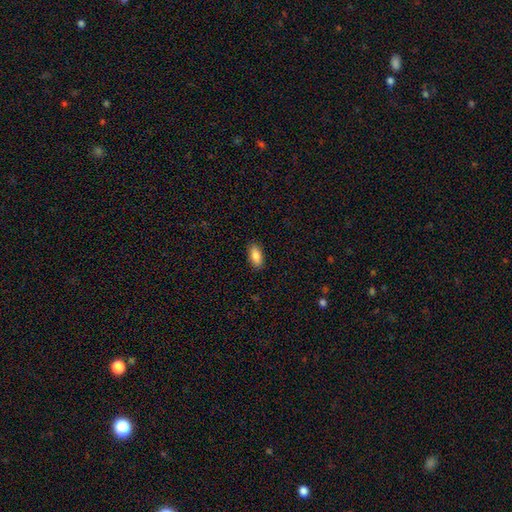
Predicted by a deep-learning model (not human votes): Q: Smooth or featured?
A: smooth (86%); runner-up: featured or disk (7%)
Q: How rounded?
A: in between (89%); runner-up: cigar-shaped (8%)
Q: Merging?
A: none (89%); runner-up: minor disturbance (8%)